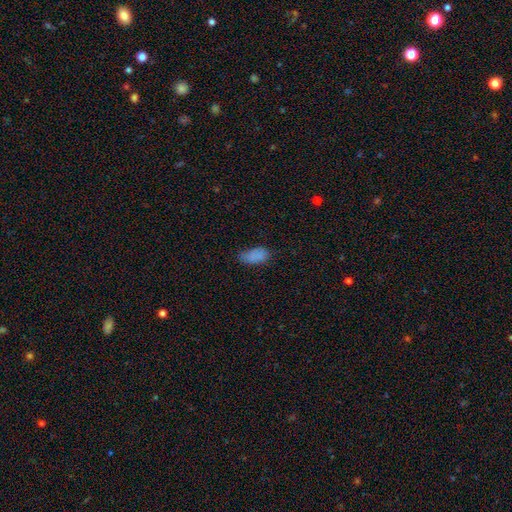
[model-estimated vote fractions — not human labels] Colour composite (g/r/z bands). It shows a smooth galaxy with no disk features (81%) that is in between round and cigar-shaped (93%). Merging: none (58%).